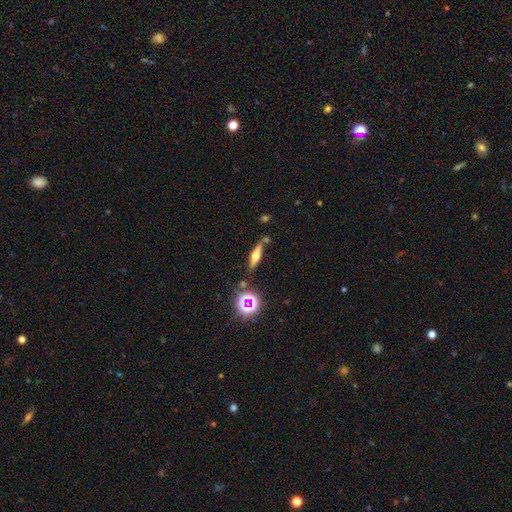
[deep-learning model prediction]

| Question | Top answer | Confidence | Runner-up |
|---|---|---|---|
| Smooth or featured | featured or disk | 52% | smooth (35%) |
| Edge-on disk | yes | 91% | no (9%) |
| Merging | none | 75% | minor disturbance (14%) |